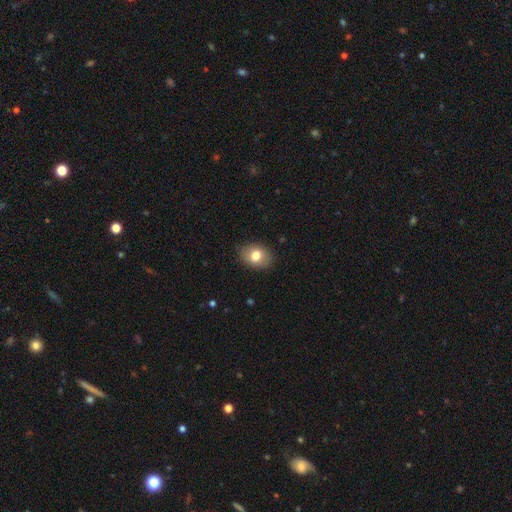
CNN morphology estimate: A smooth galaxy with no disk features (77%) that is in between round and cigar-shaped (64%).

Vote fractions:
- Smooth or featured? smooth: 77% / featured or disk: 14% / star or artifact: 9%
- How rounded? in between: 64% / round: 34% / cigar-shaped: 1%
- Merging? none: 84% / minor disturbance: 13% / major disturbance: 3% / merger: 1%